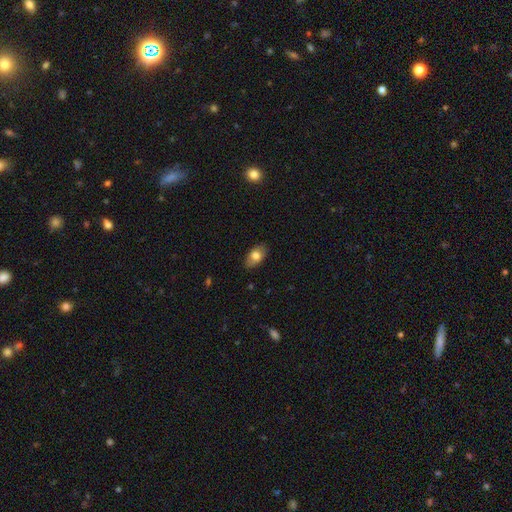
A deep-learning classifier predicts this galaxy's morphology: A smooth galaxy with no disk features (77%) that is in between round and cigar-shaped (90%).

Vote fractions:
- Smooth or featured? smooth: 77% / featured or disk: 16% / star or artifact: 8%
- How rounded? in between: 90% / round: 8% / cigar-shaped: 2%
- Merging? none: 83% / minor disturbance: 14% / major disturbance: 2% / merger: 1%